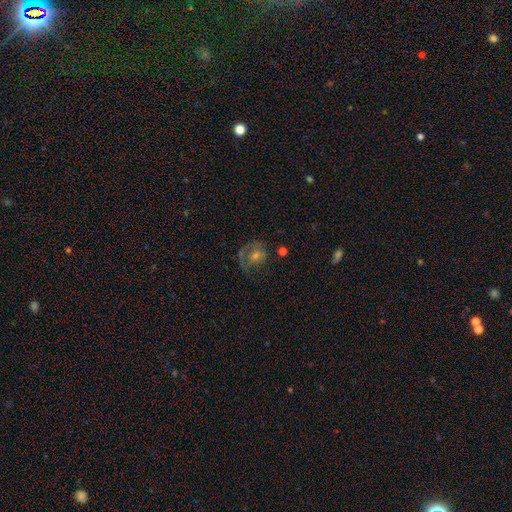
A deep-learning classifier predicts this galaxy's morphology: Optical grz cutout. It shows a featured or disk galaxy (61%) with no bar (72%), spiral arms (70%) and a moderate central bulge (46%). Merging: none (58%).